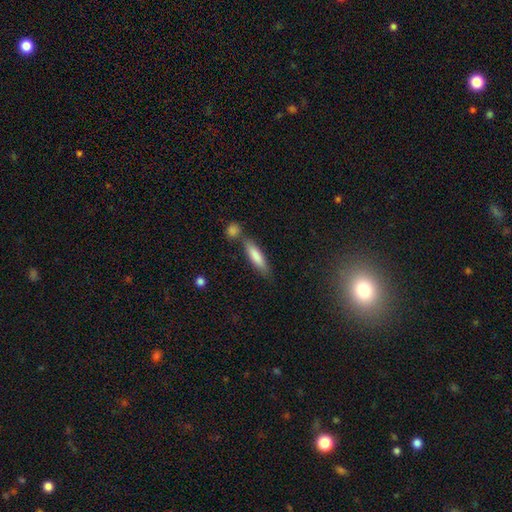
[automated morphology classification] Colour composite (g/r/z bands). It shows a smooth galaxy with no disk features (79%) that is cigar-shaped (73%). Merging: none (66%).